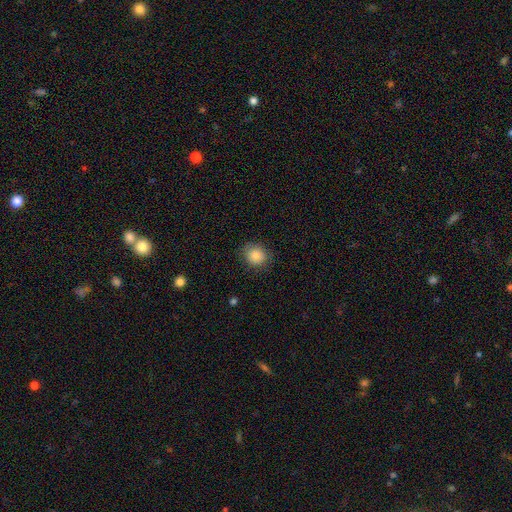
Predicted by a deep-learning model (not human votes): A smooth galaxy with no disk features (86%) that is round (76%).

Vote fractions:
- Smooth or featured? smooth: 86% / star or artifact: 9% / featured or disk: 5%
- How rounded? round: 76% / in between: 24% / cigar-shaped: 1%
- Merging? none: 82% / minor disturbance: 13% / major disturbance: 4% / merger: 1%